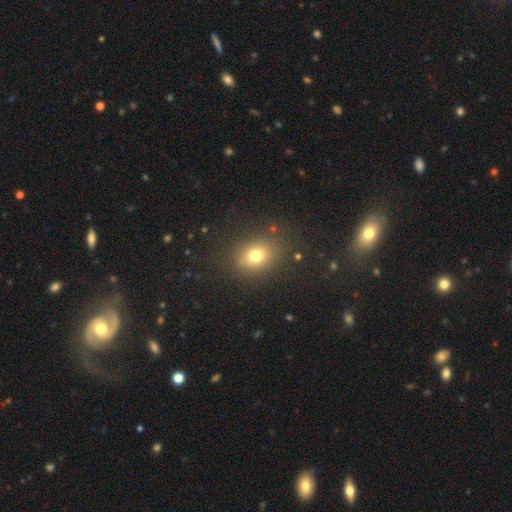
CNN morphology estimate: Q: Smooth or featured?
A: smooth (75%); runner-up: star or artifact (15%)
Q: How rounded?
A: round (50%); runner-up: in between (49%)
Q: Merging?
A: none (84%); runner-up: minor disturbance (10%)